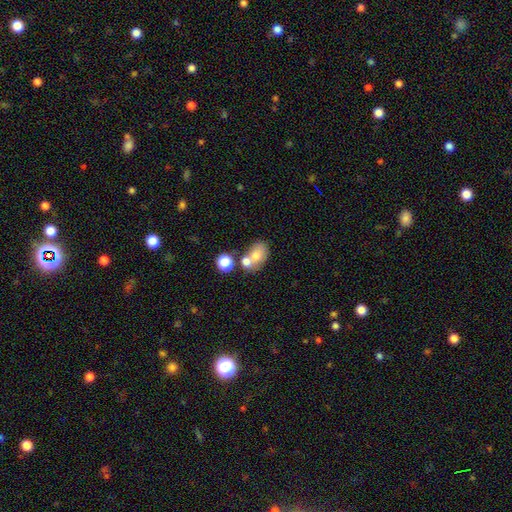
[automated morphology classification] This appears to be a smooth galaxy with no disk features (71%) that is in between round and cigar-shaped (75%). Merging: merger (41%, tied with none).